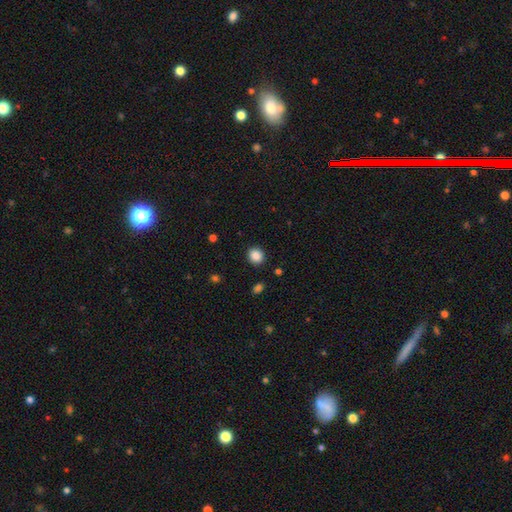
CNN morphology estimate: Smooth or featured? Predicted: smooth (p=0.87). How rounded? Predicted: round (p=0.83). Merging? Predicted: none (p=0.90).